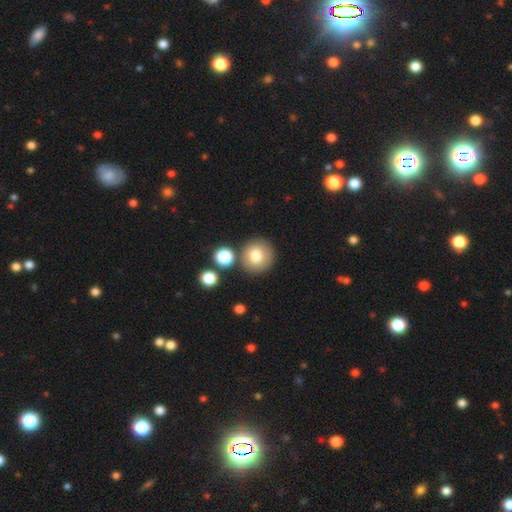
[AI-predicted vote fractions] Overall: smooth (79%). How rounded: round (91%). Merging: none (80%).